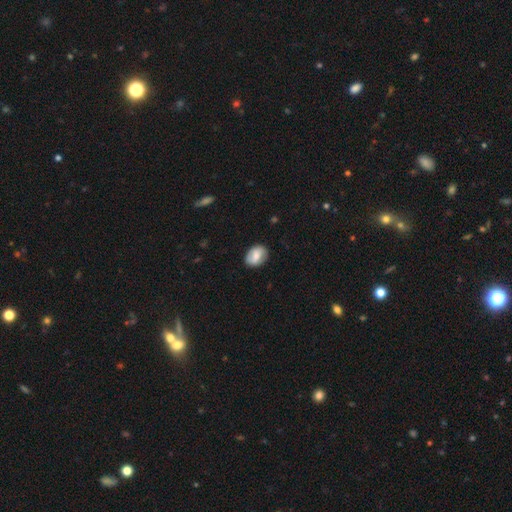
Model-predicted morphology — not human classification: Overall: smooth (68%). How rounded: in between (70%). Merging: none (81%).